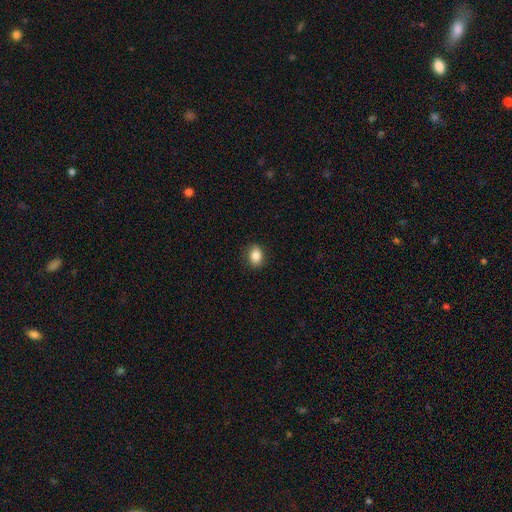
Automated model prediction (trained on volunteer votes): Smooth or featured? Predicted: smooth (p=0.85). How rounded? Predicted: in between (p=0.67). Merging? Predicted: none (p=0.86).